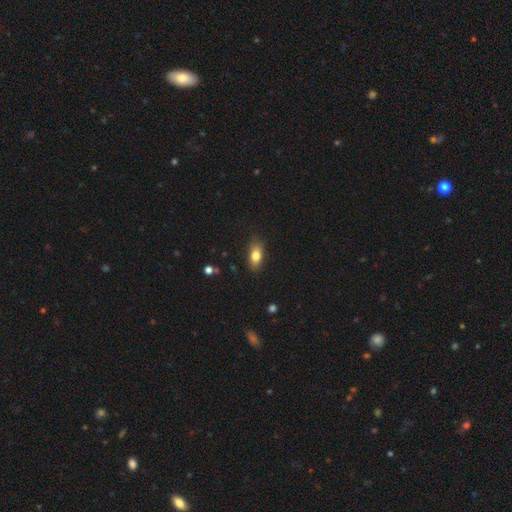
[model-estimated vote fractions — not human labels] A smooth galaxy with no disk features (79%) that is in between round and cigar-shaped (83%). Merging: none (82%).